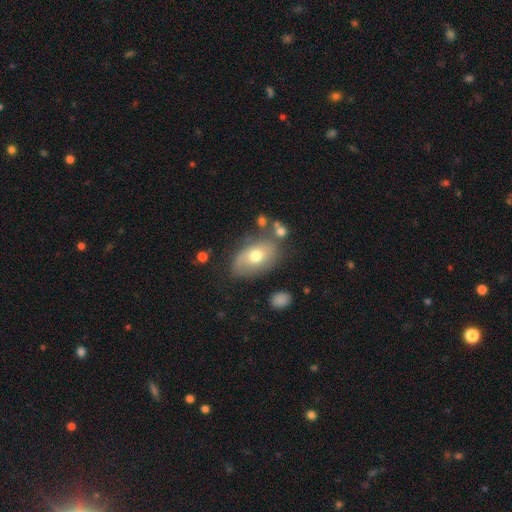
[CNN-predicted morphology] A smooth galaxy with no disk features (63%) that is in between round and cigar-shaped (87%).

Vote fractions:
- Smooth or featured? smooth: 63% / featured or disk: 29% / star or artifact: 8%
- How rounded? in between: 87% / round: 12% / cigar-shaped: 2%
- Merging? none: 64% / minor disturbance: 21% / major disturbance: 8% / merger: 7%